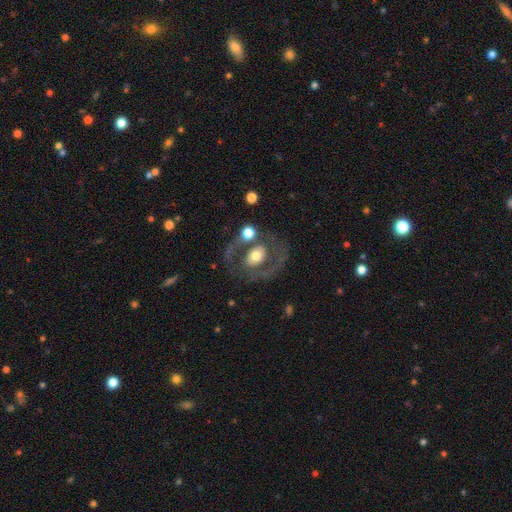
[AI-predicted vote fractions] This appears to be a featured or disk galaxy (63%) with no bar (67%), no spiral arms (51%) and a moderate central bulge (63%). Merging: none (61%).